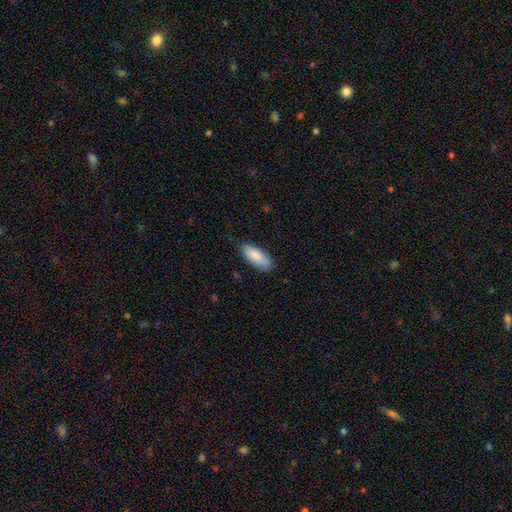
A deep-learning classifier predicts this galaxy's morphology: Q: Smooth or featured?
A: smooth (87%); runner-up: featured or disk (7%)
Q: How rounded?
A: in between (78%); runner-up: cigar-shaped (21%)
Q: Merging?
A: none (84%); runner-up: minor disturbance (13%)